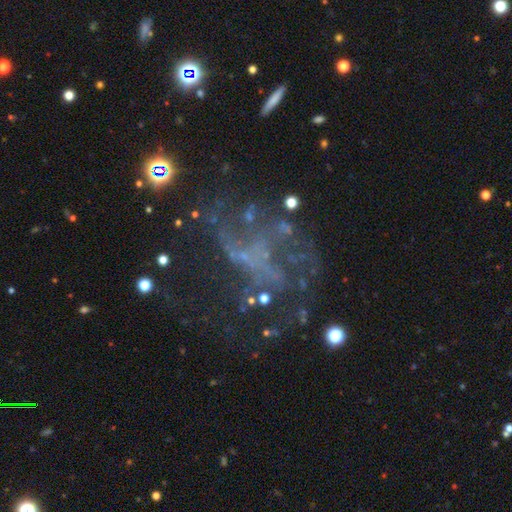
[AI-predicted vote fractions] The model was most divided on "merging": none: 41%, major disturbance: 38%, minor disturbance: 15%, merger: 6%. More confident: edge-on disk — no (97%); bar — no (80%); bulge size — none (77%); spiral arms — no (64%); smooth or featured — featured or disk (59%).